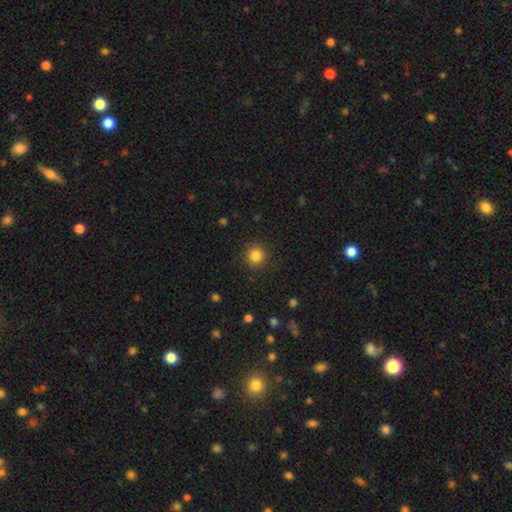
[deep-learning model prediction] smooth-or-featured: smooth: 84% | star or artifact: 12% | featured or disk: 4%
  how-rounded: round: 94% | in between: 5% | cigar-shaped: 1%
  merging: none: 90% | minor disturbance: 6% | major disturbance: 3% | merger: 1%